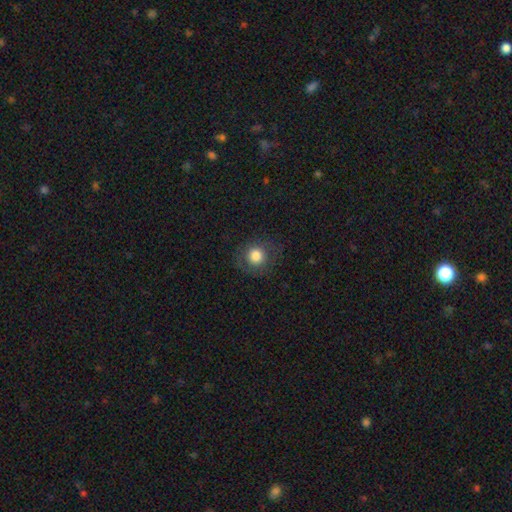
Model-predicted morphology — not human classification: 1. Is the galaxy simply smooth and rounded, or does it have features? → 79% smooth, 10% star or artifact, 10% featured or disk.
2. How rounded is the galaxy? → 90% round, 9% in between, 1% cigar-shaped.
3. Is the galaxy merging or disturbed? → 83% none, 11% minor disturbance, 5% major disturbance, 1% merger.